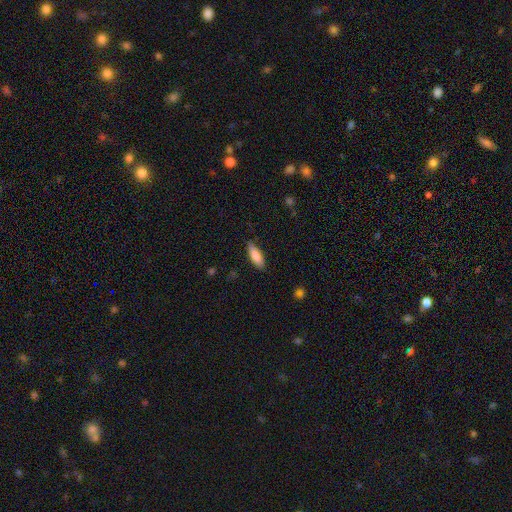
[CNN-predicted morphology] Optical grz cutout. It shows a smooth galaxy with no disk features (83%) that is in between round and cigar-shaped (58%). Merging: none (84%).